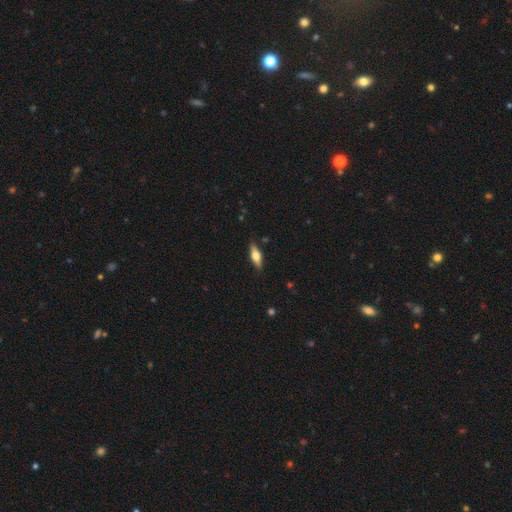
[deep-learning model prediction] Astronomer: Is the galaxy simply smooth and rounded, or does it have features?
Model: smooth — 47% (runner-up: featured or disk, 46%).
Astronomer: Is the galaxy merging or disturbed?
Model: none — 86%.